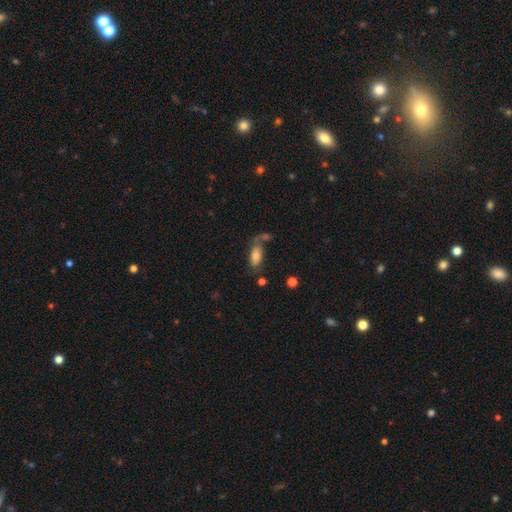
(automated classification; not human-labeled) smooth 70%, featured or disk 21%, star or artifact 9%. Down the decision tree: how rounded — in between (88%); merging — none (39%).